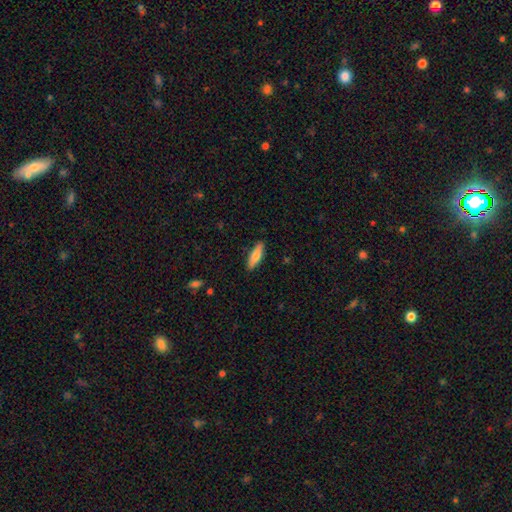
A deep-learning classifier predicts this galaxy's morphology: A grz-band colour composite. It shows a smooth galaxy with no disk features (76%) that is cigar-shaped (54%). Merging: none (88%).